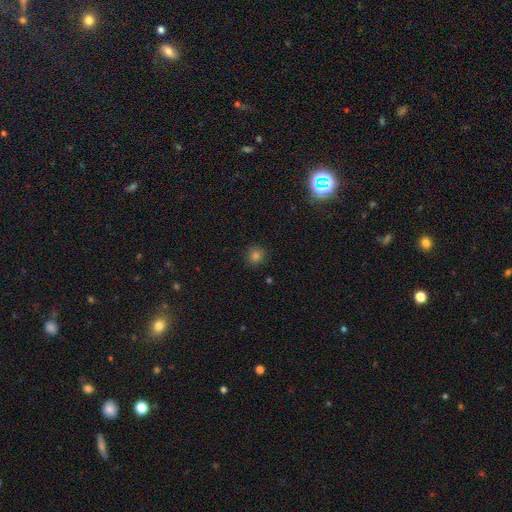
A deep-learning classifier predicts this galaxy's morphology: The model was most divided on "smooth or featured": smooth: 78%, star or artifact: 16%, featured or disk: 5%. More confident: how rounded — round (90%); merging — none (88%).